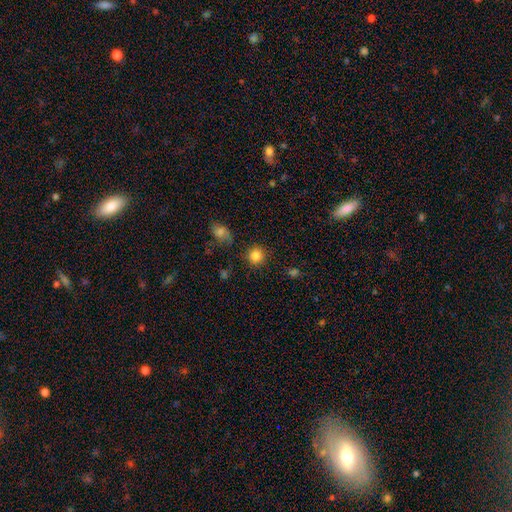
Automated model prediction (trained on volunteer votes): This appears to be a smooth galaxy with no disk features (84%) that is round (93%). Merging: none (87%).